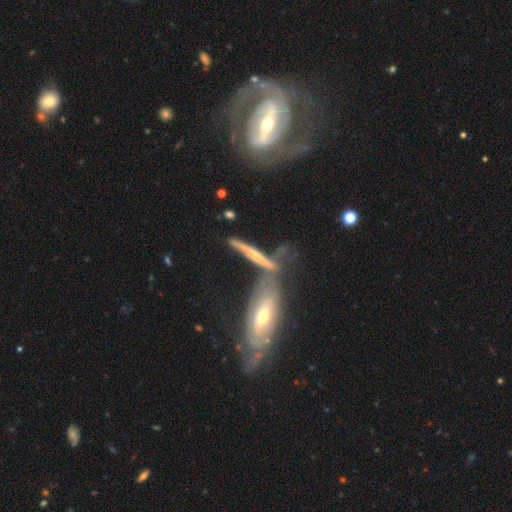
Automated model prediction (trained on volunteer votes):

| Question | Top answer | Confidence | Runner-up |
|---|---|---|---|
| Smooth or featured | featured or disk | 68% | smooth (24%) |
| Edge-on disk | yes | 82% | no (18%) |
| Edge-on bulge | rounded | 71% | none (21%) |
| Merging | none | 44% | merger (34%) |